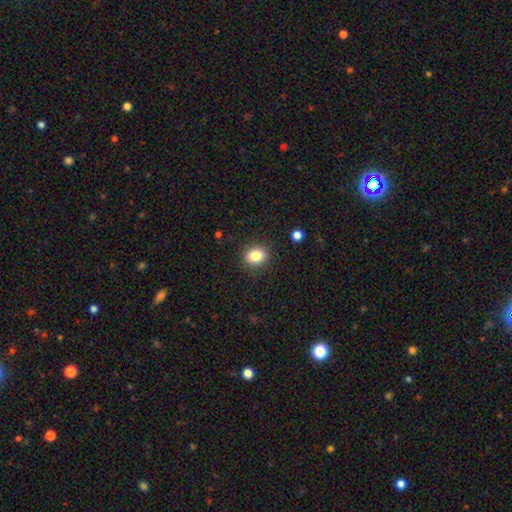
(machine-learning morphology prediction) This is clearly a smooth galaxy (84%). How rounded: possibly in between (52%). Merging: clearly none (88%).